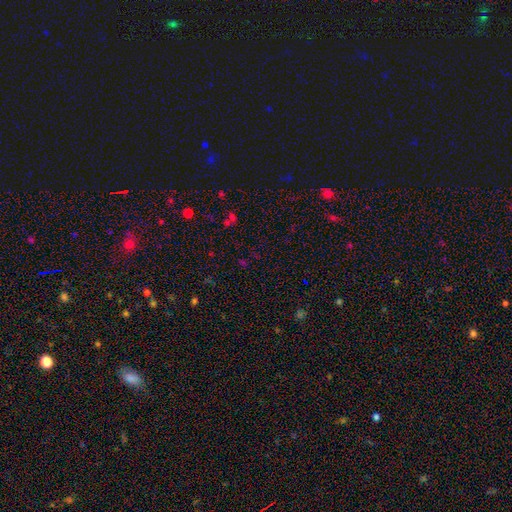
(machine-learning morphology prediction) A star or artifact, not a galaxy (62%).

Vote fractions:
- Smooth or featured? star or artifact: 62% / smooth: 29% / featured or disk: 8%